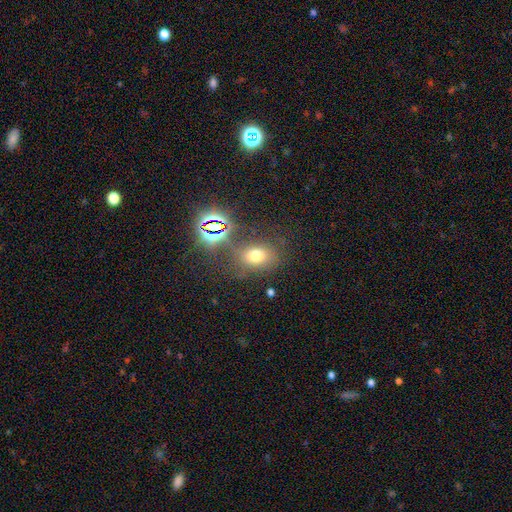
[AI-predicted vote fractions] This is likely a smooth galaxy (64%). How rounded: likely in between (63%). Merging: likely none (69%).